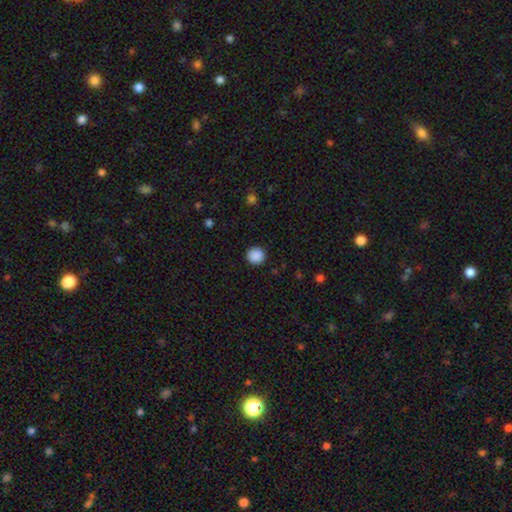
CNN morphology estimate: This is clearly a smooth galaxy (89%). How rounded: clearly round (94%). Merging: clearly none (92%).